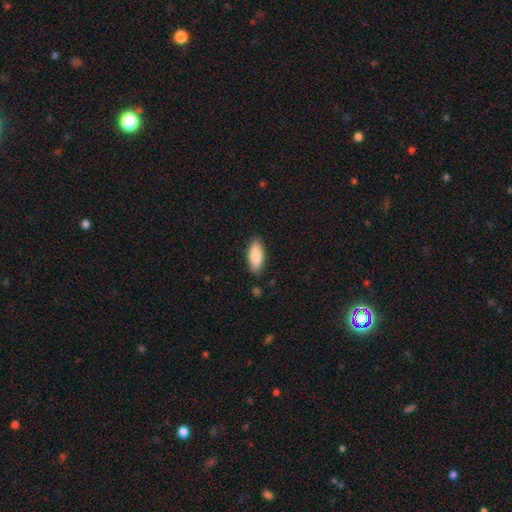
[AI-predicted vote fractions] Overall: smooth (86%). How rounded: in between (79%). Merging: none (86%).